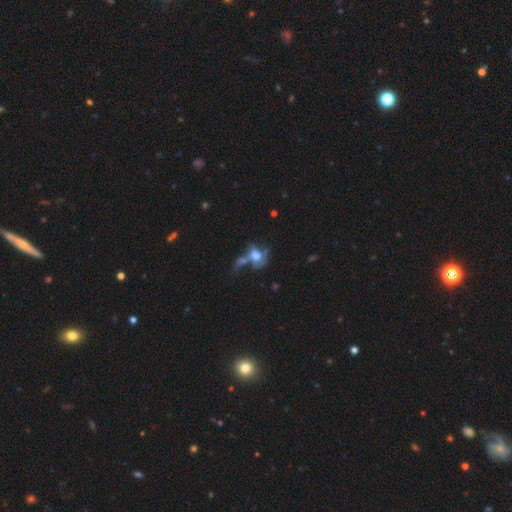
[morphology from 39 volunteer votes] type=featured or disk (67%); edge-on=no (96%); bar=no (96%); spiral arms=no (80%); bulge=large (32%, tied with moderate); merging=major disturbance (45%).